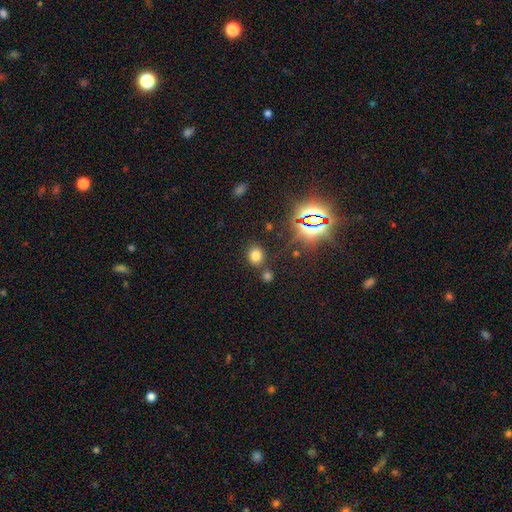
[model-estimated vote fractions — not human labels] Morphology: type=smooth (71%); roundness=round (74%); merging=none (75%).